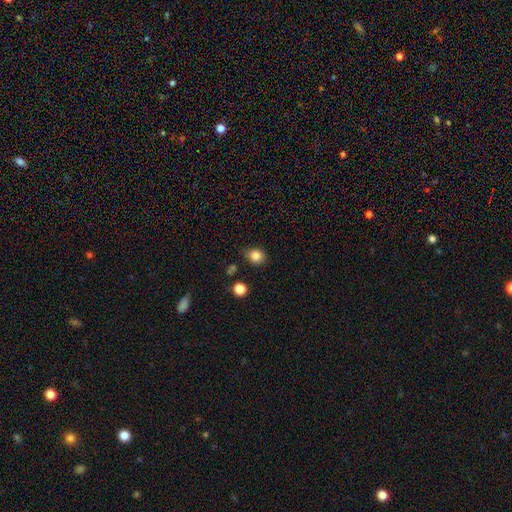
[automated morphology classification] Smooth or featured: smooth — 85% (star or artifact — 11%)
How rounded: round — 65% (in between — 34%)
Merging: none — 79% (minor disturbance — 15%)